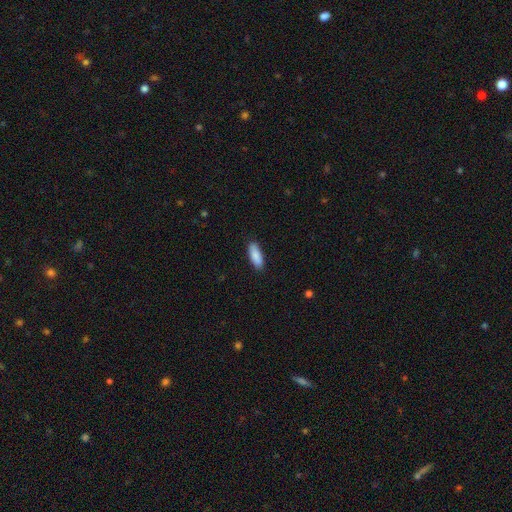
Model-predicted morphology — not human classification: smooth-or-featured: smooth: 89% | star or artifact: 6% | featured or disk: 6%
  how-rounded: in between: 65% | cigar-shaped: 33% | round: 2%
  merging: none: 87% | minor disturbance: 10% | major disturbance: 2% | merger: 1%